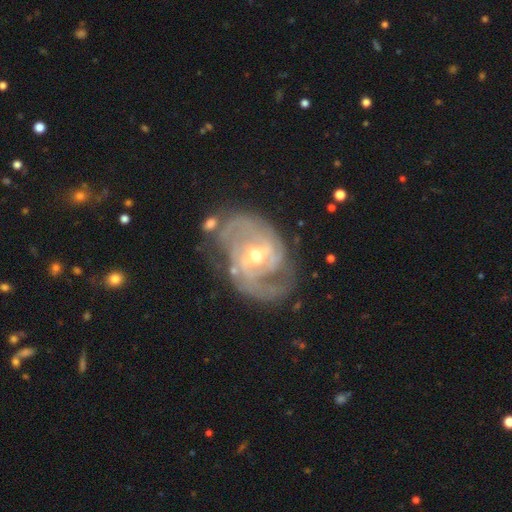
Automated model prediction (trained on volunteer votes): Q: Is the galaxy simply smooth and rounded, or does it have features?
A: featured or disk — 90%.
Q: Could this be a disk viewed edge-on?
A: no — 97%.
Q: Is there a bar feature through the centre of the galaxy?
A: weak — 50%.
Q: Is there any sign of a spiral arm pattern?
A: yes — 96%.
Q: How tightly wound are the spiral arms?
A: tight — 48%.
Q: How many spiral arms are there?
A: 2 — 52%.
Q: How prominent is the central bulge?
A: moderate — 54%.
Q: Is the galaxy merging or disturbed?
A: none — 62%.